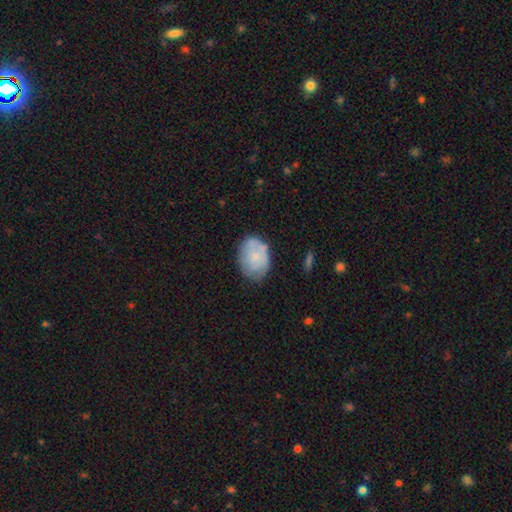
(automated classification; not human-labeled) Morphology: type=smooth (61%); roundness=in between (73%); merging=none (61%).